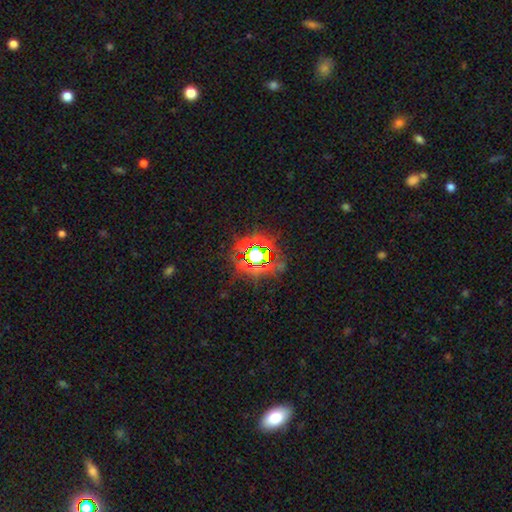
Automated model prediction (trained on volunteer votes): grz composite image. It shows a star or artifact, not a galaxy (75%).